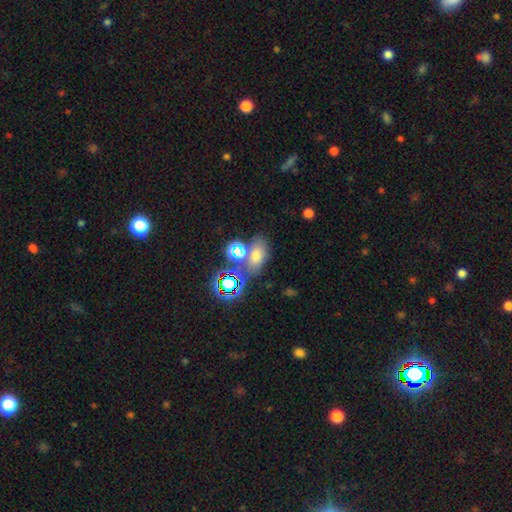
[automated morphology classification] Smooth or featured: smooth — 60% (star or artifact — 28%)
How rounded: in between — 77% (round — 21%)
Merging: none — 59% (merger — 23%)